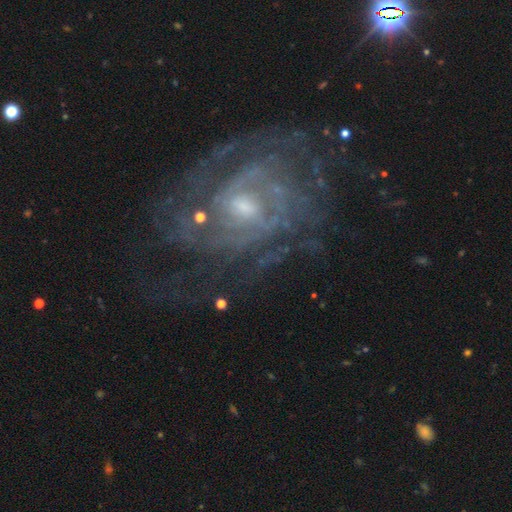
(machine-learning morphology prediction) smooth_or_featured: featured or disk (p=0.87) [alt: star or artifact p=0.08]
disk_edge_on: no (p=0.97) [alt: yes p=0.03]
bar: no (p=0.46) [alt: weak p=0.42]
has_spiral_arms: yes (p=0.94) [alt: no p=0.06]
spiral_winding: tight (p=0.64) [alt: medium p=0.29]
spiral_arm_count: can't tell (p=0.38) [alt: 2 p=0.21]
bulge_size: small (p=0.51) [alt: moderate p=0.42]
merging: none (p=0.69) [alt: minor disturbance p=0.16]